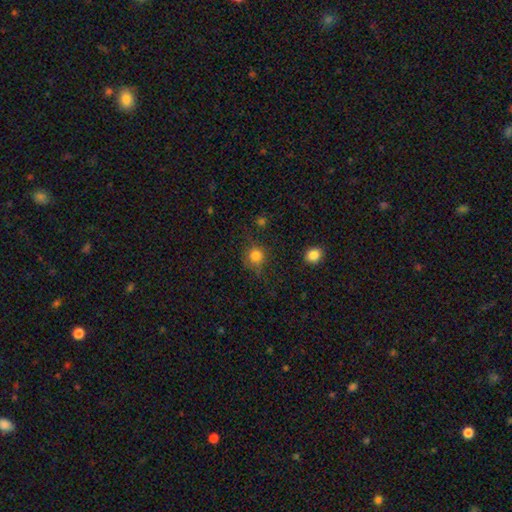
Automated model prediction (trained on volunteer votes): This is clearly a smooth galaxy (83%). How rounded: clearly round (91%). Merging: likely none (79%).